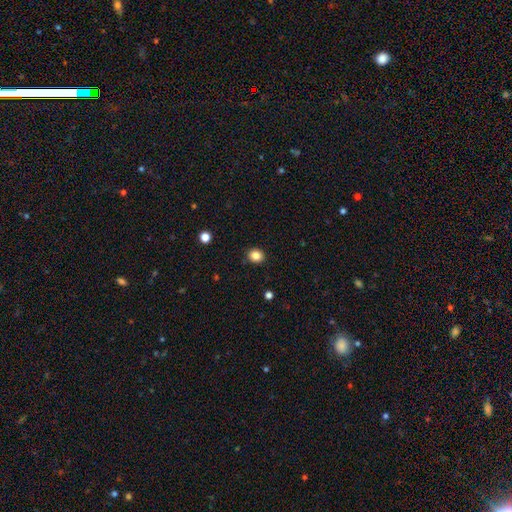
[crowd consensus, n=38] This appears to be a smooth galaxy with no disk features (79%) that is round (63%). Merging: none (100%).